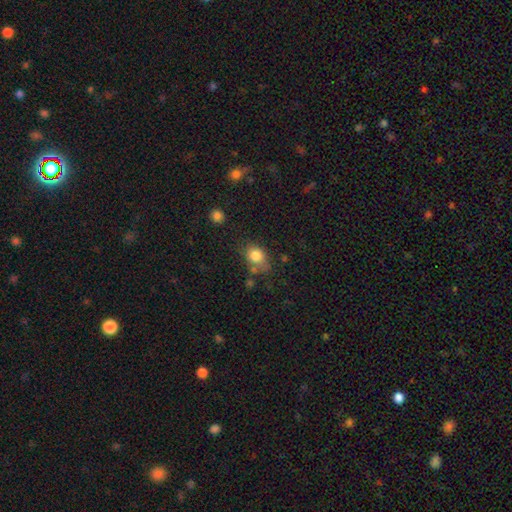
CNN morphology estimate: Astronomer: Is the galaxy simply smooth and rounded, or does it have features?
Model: smooth — 81%.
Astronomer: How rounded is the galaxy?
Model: in between — 55% (runner-up: round, 44%).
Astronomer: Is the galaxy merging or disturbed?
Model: none — 57%.